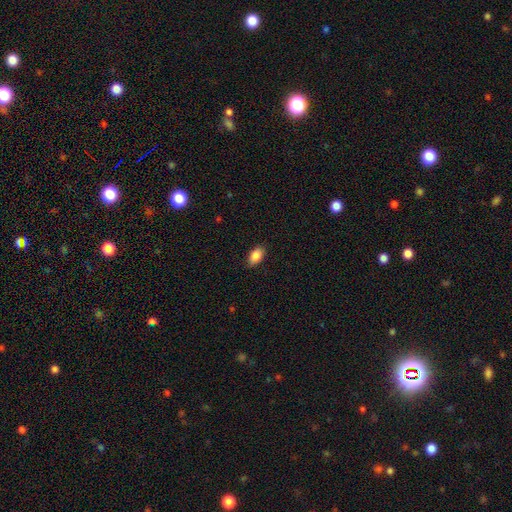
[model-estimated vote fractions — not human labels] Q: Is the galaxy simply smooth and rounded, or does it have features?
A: smooth — 86%.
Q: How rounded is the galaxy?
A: in between — 92%.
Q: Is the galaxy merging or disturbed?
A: none — 88%.